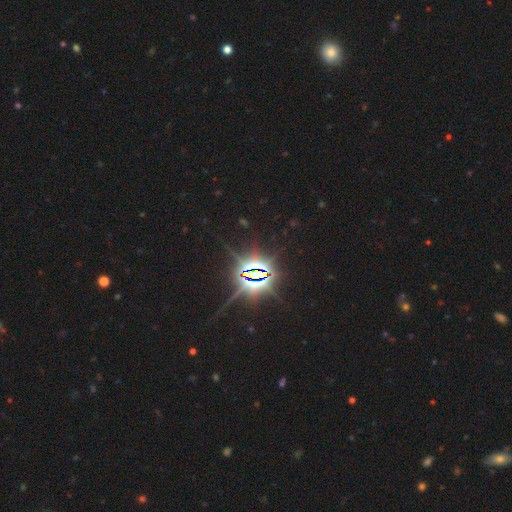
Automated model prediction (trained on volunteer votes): The model was most divided on "smooth or featured": star or artifact: 87%, smooth: 8%, featured or disk: 5%.